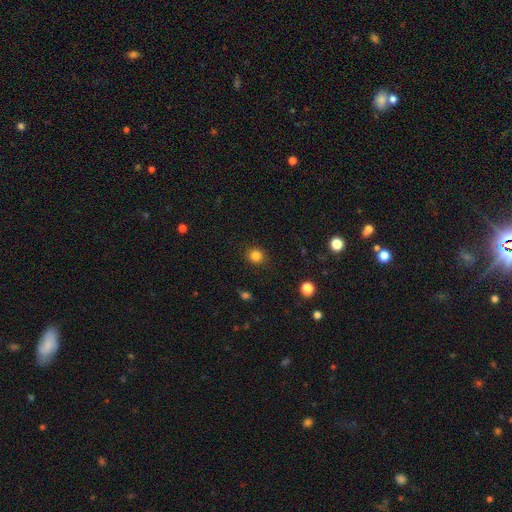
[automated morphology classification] Q: Smooth or featured?
A: smooth (83%); runner-up: star or artifact (12%)
Q: How rounded?
A: round (87%); runner-up: in between (12%)
Q: Merging?
A: none (90%); runner-up: minor disturbance (7%)